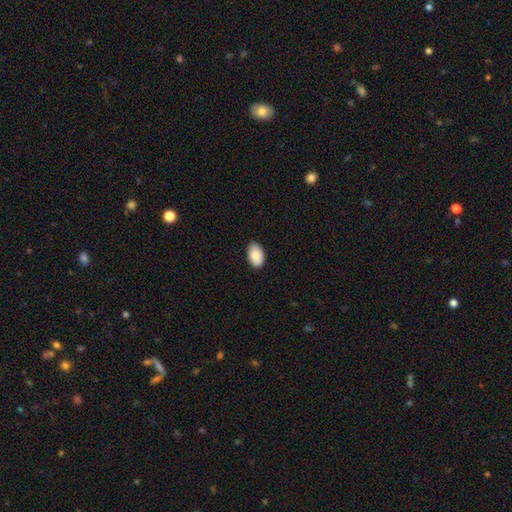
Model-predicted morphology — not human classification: Smooth or featured?
  - smooth: 88% *
  - star or artifact: 6%
  - featured or disk: 6%
How rounded?
  - in between: 92% *
  - round: 7%
  - cigar-shaped: 1%
Merging?
  - none: 85% *
  - minor disturbance: 12%
  - major disturbance: 2%
  - merger: 1%